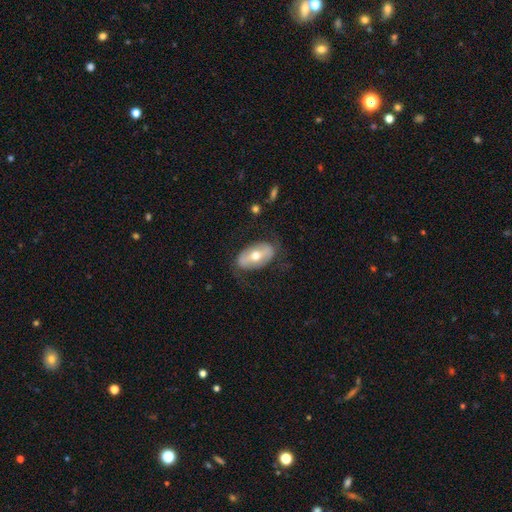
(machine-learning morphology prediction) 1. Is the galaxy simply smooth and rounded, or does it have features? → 59% featured or disk, 35% smooth, 6% star or artifact.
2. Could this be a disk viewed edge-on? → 88% no, 12% yes.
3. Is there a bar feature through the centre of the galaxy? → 47% strong, 27% weak, 26% no.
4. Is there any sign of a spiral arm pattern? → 52% no, 48% yes.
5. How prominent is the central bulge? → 71% moderate, 22% small, 6% large, 1% dominant, 1% none.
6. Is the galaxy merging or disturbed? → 69% none, 19% minor disturbance, 11% major disturbance, 1% merger.